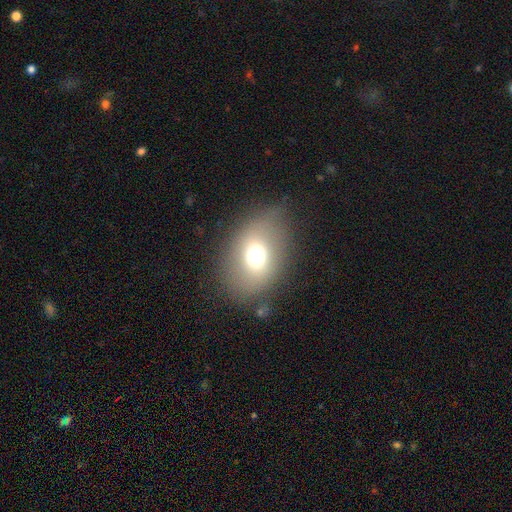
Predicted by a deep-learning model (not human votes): Overall: smooth (68%). How rounded: in between (69%; round 30%). Merging: none (75%).